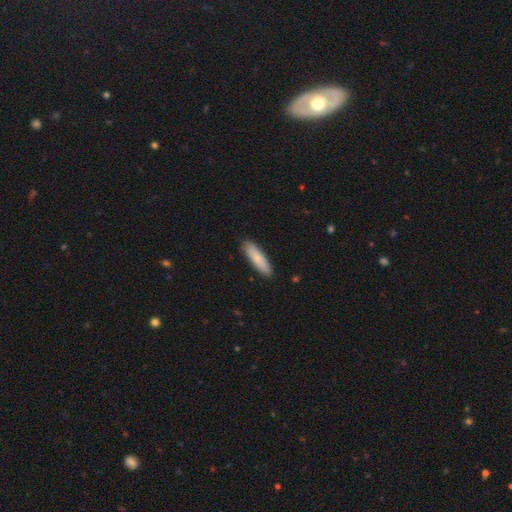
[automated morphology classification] type=smooth (79%); roundness=cigar-shaped (65%); merging=none (89%).